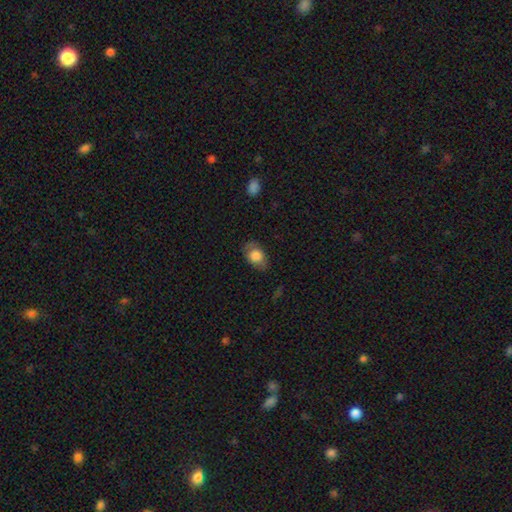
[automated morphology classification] Smooth or featured?
  - smooth: 73% *
  - featured or disk: 19%
  - star or artifact: 8%
How rounded?
  - in between: 77% *
  - round: 21%
  - cigar-shaped: 2%
Merging?
  - none: 71% *
  - minor disturbance: 21%
  - major disturbance: 7%
  - merger: 1%